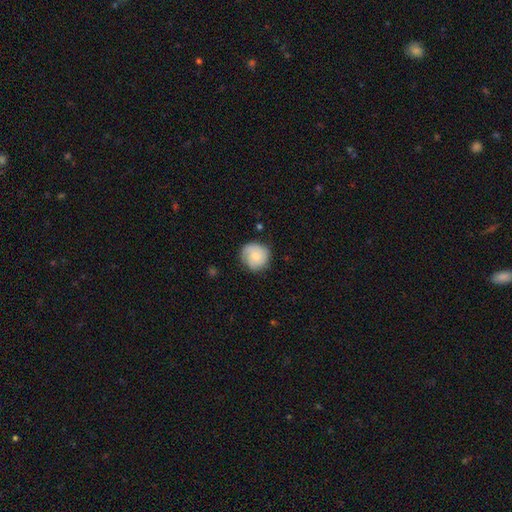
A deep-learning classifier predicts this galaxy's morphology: Q: Smooth or featured?
A: smooth (69%); runner-up: featured or disk (24%)
Q: How rounded?
A: round (90%); runner-up: in between (9%)
Q: Merging?
A: none (73%); runner-up: minor disturbance (21%)